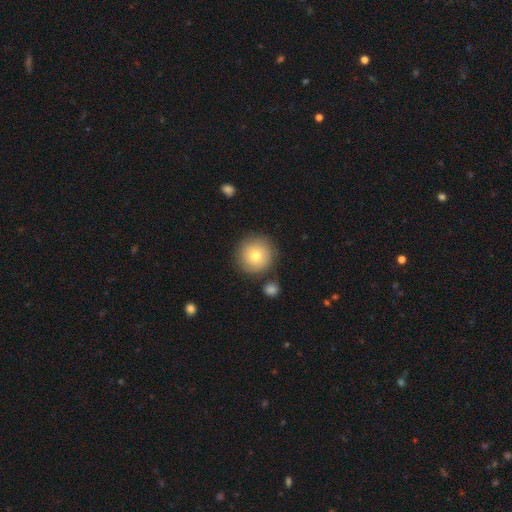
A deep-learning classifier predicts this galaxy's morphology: This appears to be a smooth galaxy with no disk features (76%) that is round (96%). Merging: none (82%).